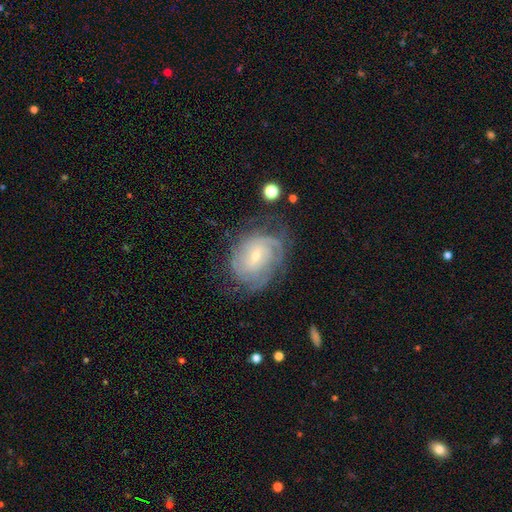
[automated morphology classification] This appears to be a featured or disk galaxy (82%) with no bar (48%), tight (66%) spiral arms (94%) and a small central bulge (69%). Merging: none (65%).